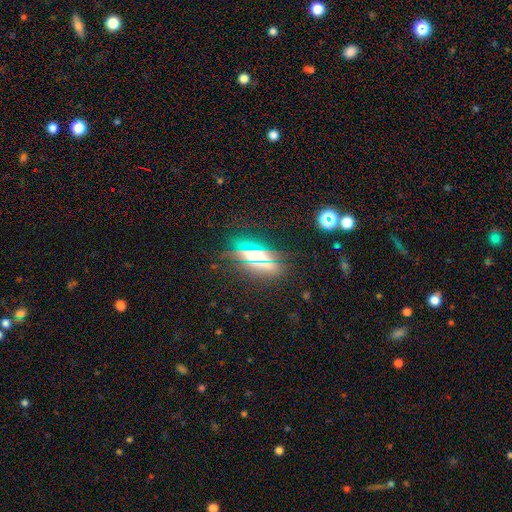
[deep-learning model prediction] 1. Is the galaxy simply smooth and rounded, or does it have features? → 40% smooth, 39% star or artifact, 21% featured or disk.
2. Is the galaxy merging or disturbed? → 80% none, 12% minor disturbance, 6% major disturbance, 3% merger.